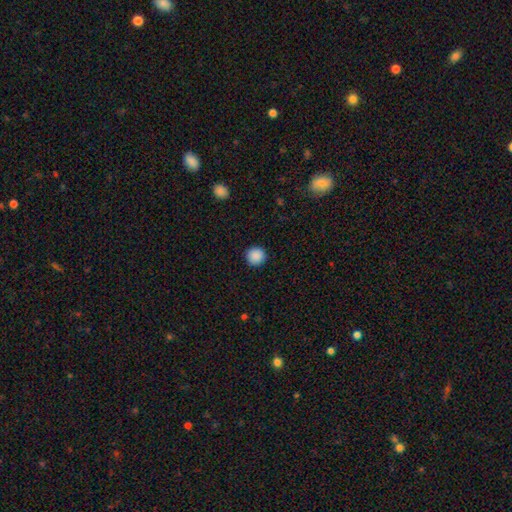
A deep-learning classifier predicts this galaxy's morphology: This appears to be a smooth galaxy with no disk features (89%) that is round (95%). Merging: none (92%).